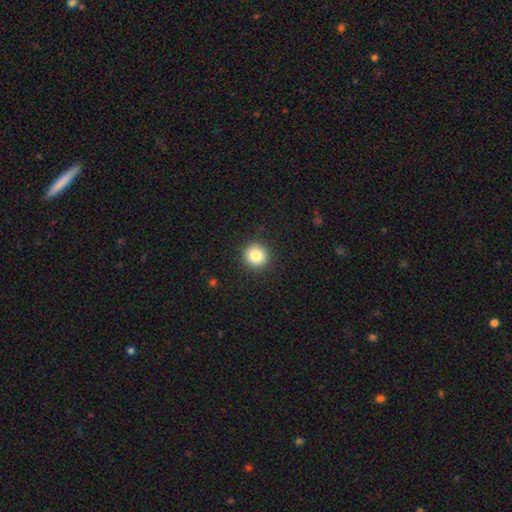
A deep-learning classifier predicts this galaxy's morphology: Smooth or featured?
  - smooth: 83% *
  - star or artifact: 10%
  - featured or disk: 7%
How rounded?
  - round: 94% *
  - in between: 5%
  - cigar-shaped: 1%
Merging?
  - none: 91% *
  - minor disturbance: 6%
  - major disturbance: 2%
  - merger: 1%